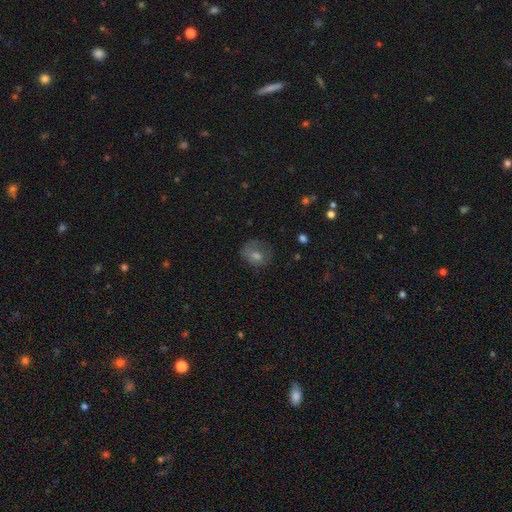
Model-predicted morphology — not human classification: A smooth galaxy with no disk features (56%) that is round (61%).

Vote fractions:
- Smooth or featured? smooth: 56% / featured or disk: 27% / star or artifact: 17%
- How rounded? round: 61% / in between: 38% / cigar-shaped: 1%
- Merging? none: 61% / minor disturbance: 23% / major disturbance: 14% / merger: 2%